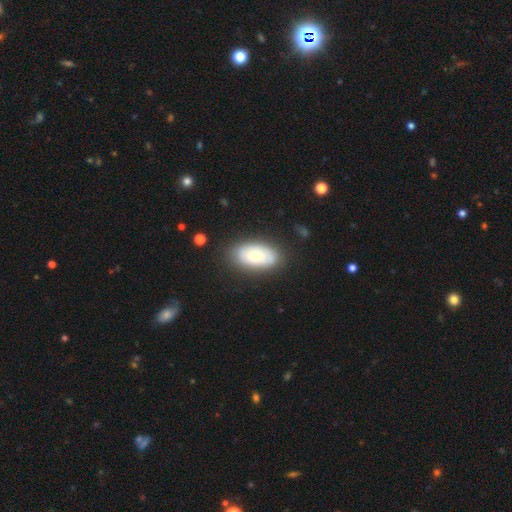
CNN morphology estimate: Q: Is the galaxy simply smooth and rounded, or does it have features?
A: smooth — 65%.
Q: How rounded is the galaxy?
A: in between — 93%.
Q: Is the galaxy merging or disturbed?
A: none — 80%.